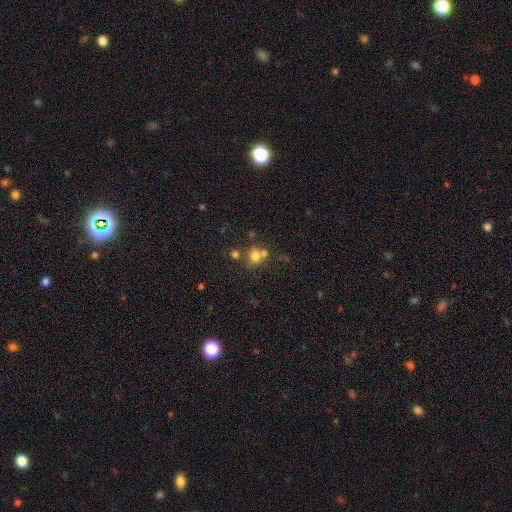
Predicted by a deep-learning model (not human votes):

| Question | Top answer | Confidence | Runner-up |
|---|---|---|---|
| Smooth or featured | smooth | 72% | star or artifact (15%) |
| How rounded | round | 77% | in between (22%) |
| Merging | none | 50% | merger (35%) |